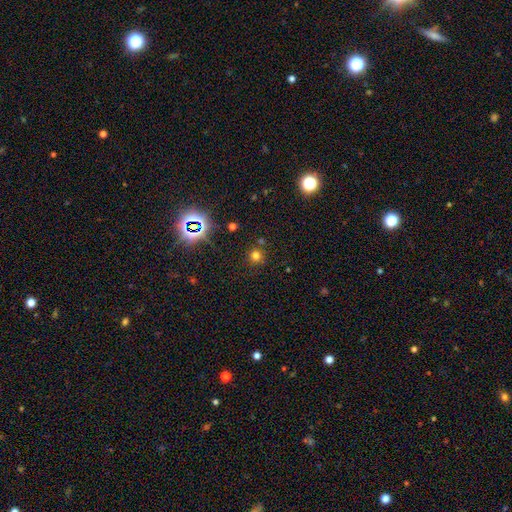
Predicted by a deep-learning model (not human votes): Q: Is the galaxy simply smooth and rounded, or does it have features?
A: smooth — 69%.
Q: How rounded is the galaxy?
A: round — 93%.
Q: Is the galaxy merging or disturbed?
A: none — 83%.